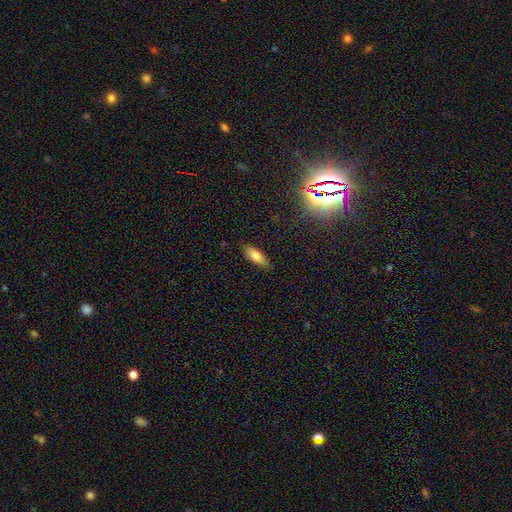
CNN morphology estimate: A smooth galaxy with no disk features (77%) that is in between round and cigar-shaped (64%).

Vote fractions:
- Smooth or featured? smooth: 77% / featured or disk: 15% / star or artifact: 8%
- How rounded? in between: 64% / cigar-shaped: 34% / round: 2%
- Merging? none: 84% / minor disturbance: 12% / major disturbance: 2% / merger: 1%